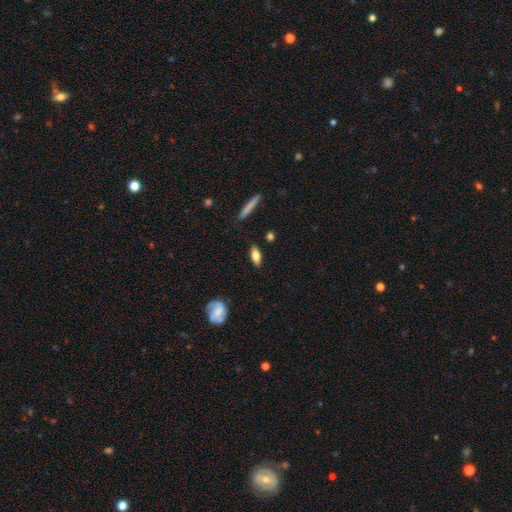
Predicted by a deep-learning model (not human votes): Q: Smooth or featured?
A: smooth (70%); runner-up: featured or disk (24%)
Q: How rounded?
A: in between (74%); runner-up: cigar-shaped (22%)
Q: Merging?
A: none (85%); runner-up: minor disturbance (11%)